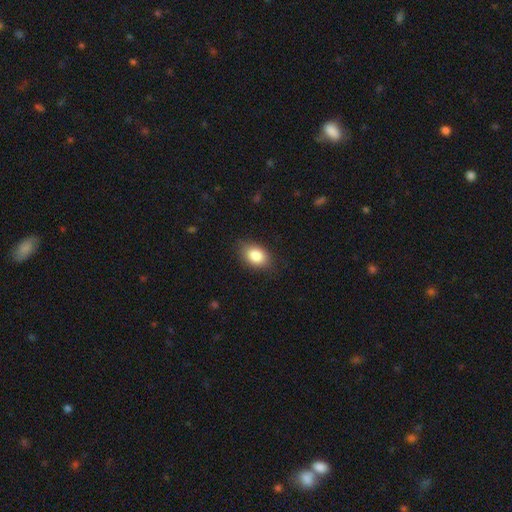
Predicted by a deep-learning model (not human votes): Smooth or featured?
  - smooth: 85% *
  - star or artifact: 8%
  - featured or disk: 7%
How rounded?
  - in between: 82% *
  - round: 17%
  - cigar-shaped: 1%
Merging?
  - none: 80% *
  - minor disturbance: 16%
  - major disturbance: 3%
  - merger: 1%